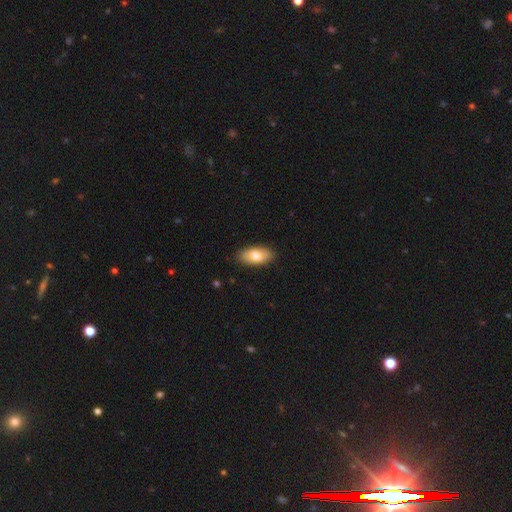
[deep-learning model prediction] Smooth or featured: smooth — 77% (featured or disk — 17%)
How rounded: in between — 92% (cigar-shaped — 5%)
Merging: none — 88% (minor disturbance — 9%)